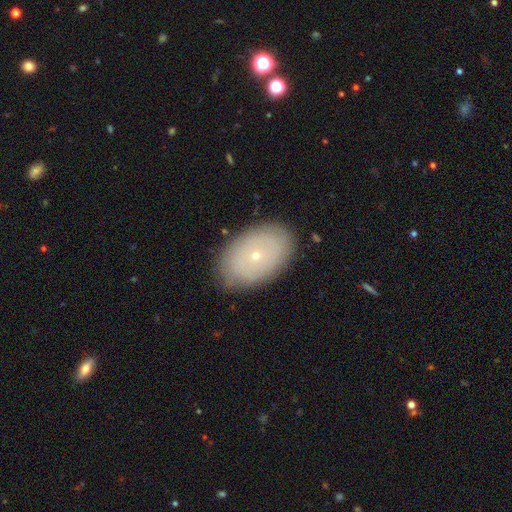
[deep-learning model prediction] smooth 50%, featured or disk 41%, star or artifact 8%. Down the decision tree: how rounded — in between (88%); merging — none (86%).